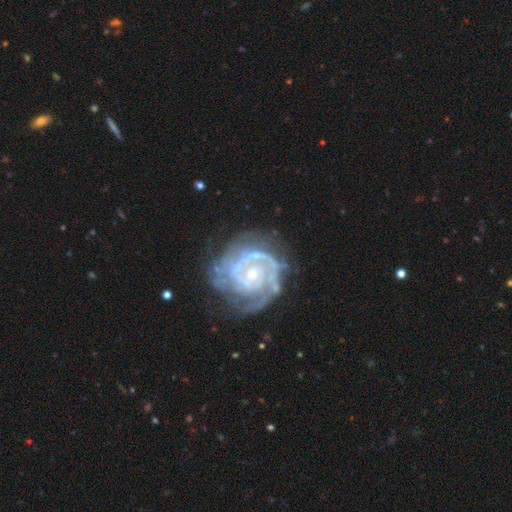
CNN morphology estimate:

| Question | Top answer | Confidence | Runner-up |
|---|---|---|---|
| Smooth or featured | featured or disk | 89% | smooth (6%) |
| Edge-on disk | no | 98% | yes (2%) |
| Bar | no | 74% | weak (19%) |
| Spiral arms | yes | 95% | no (5%) |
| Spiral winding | tight | 69% | medium (25%) |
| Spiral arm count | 2 | 36% | can't tell (23%) |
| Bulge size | small | 61% | moderate (35%) |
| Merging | none | 58% | minor disturbance (23%) |